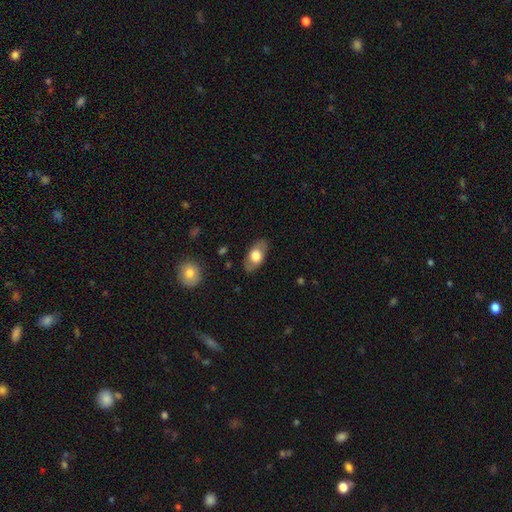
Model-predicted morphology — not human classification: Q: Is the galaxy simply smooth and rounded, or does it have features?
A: smooth — 63%.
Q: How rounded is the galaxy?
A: in between — 90%.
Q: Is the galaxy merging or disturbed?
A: none — 83%.